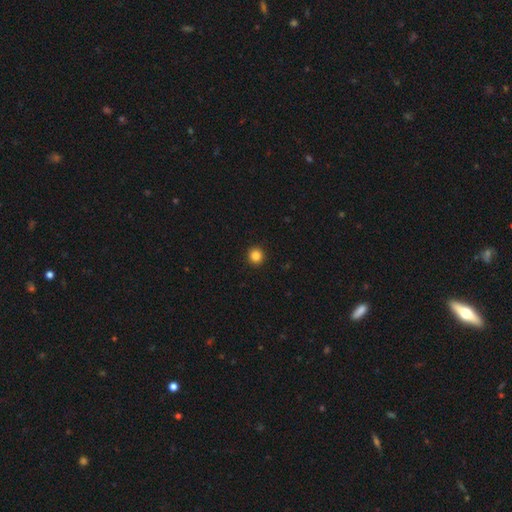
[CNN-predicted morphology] This appears to be a smooth galaxy with no disk features (86%) that is round (95%). Merging: none (94%).